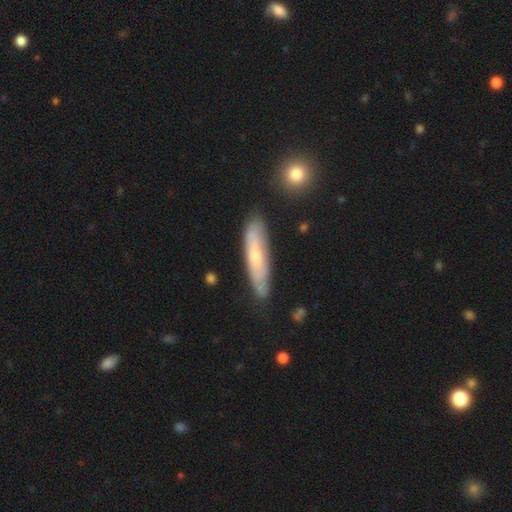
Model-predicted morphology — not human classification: Smooth or featured? featured or disk (49%)
Merging? none (75%)